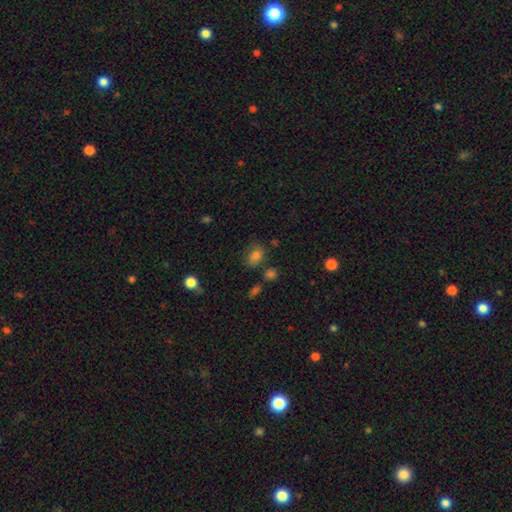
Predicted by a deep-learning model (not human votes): Smooth or featured?
  - smooth: 80% *
  - star or artifact: 12%
  - featured or disk: 8%
How rounded?
  - in between: 66% *
  - round: 33%
  - cigar-shaped: 1%
Merging?
  - none: 68% *
  - minor disturbance: 19%
  - merger: 7%
  - major disturbance: 6%